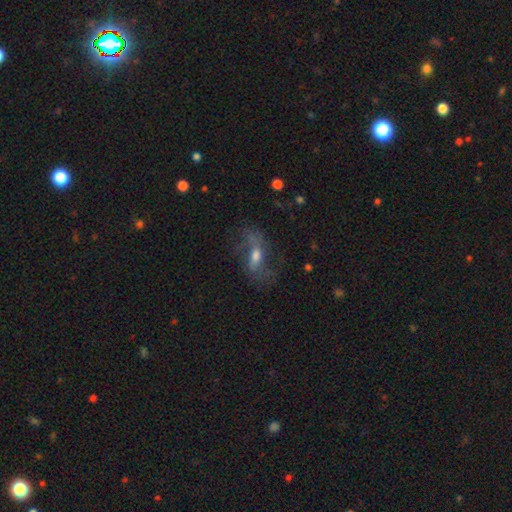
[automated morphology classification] A featured or disk galaxy (60%) with a weak bar (42%), spiral arms (72%) and a moderate central bulge (57%). Merging: none (49%).